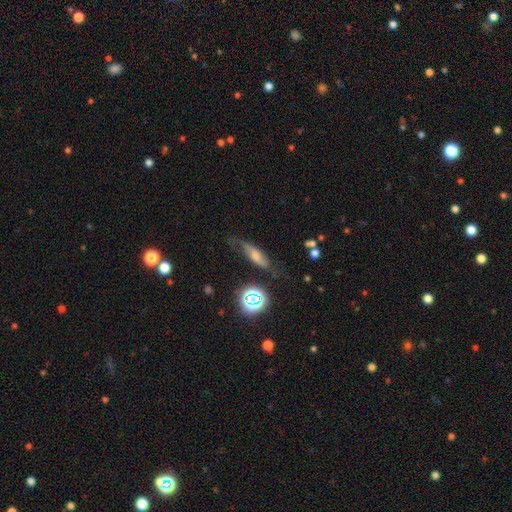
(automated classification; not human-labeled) This appears to be a featured or disk galaxy (51%). Merging: none (58%).